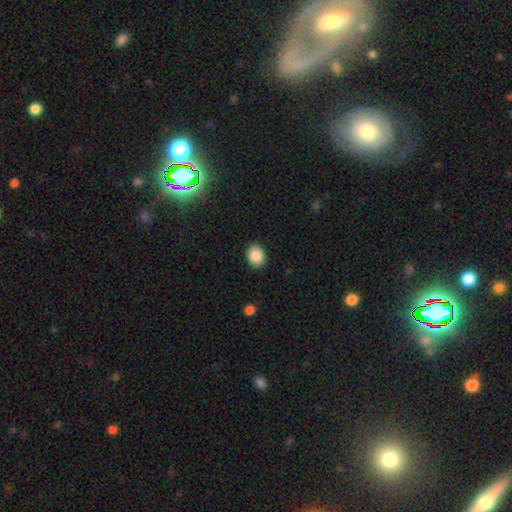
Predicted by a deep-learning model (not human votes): A smooth galaxy with no disk features (88%) that is in between round and cigar-shaped (55%).

Vote fractions:
- Smooth or featured? smooth: 88% / star or artifact: 8% / featured or disk: 4%
- How rounded? in between: 55% / round: 44% / cigar-shaped: 1%
- Merging? none: 89% / minor disturbance: 8% / major disturbance: 2% / merger: 1%